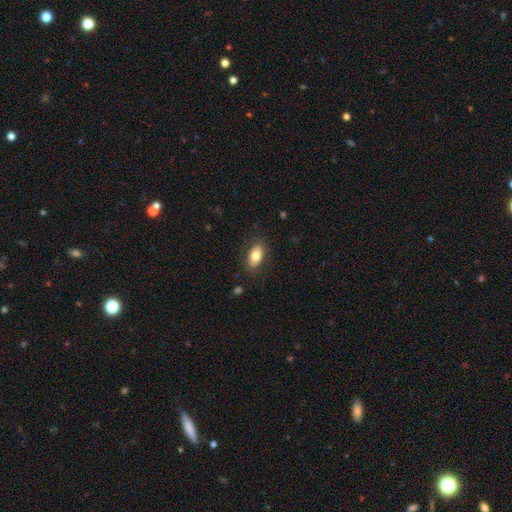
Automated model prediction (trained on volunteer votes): Smooth or featured: smooth — 77% (featured or disk — 16%)
How rounded: in between — 90% (round — 6%)
Merging: none — 83% (minor disturbance — 12%)